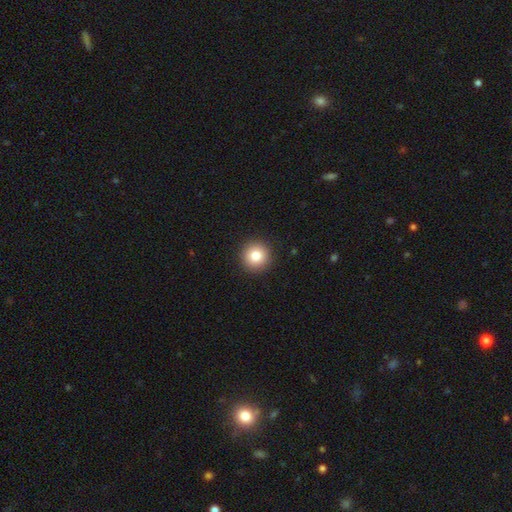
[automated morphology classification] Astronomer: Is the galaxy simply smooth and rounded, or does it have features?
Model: smooth — 82%.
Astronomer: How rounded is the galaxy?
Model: round — 95%.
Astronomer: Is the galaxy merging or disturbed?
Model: none — 92%.